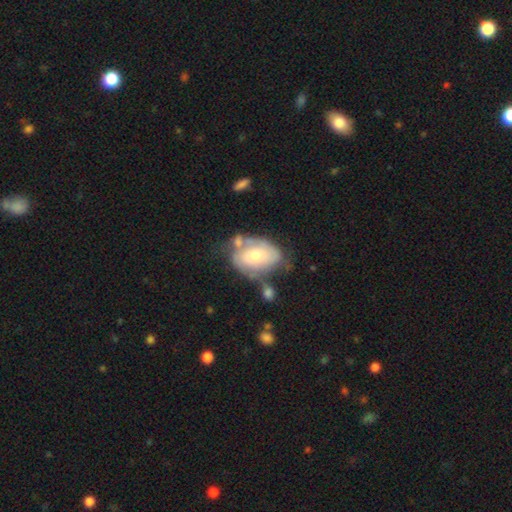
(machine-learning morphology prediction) Overall: featured or disk (51%; smooth 43%). Edge-on disk: no (95%). Merging: none (39%; minor disturbance 27%).